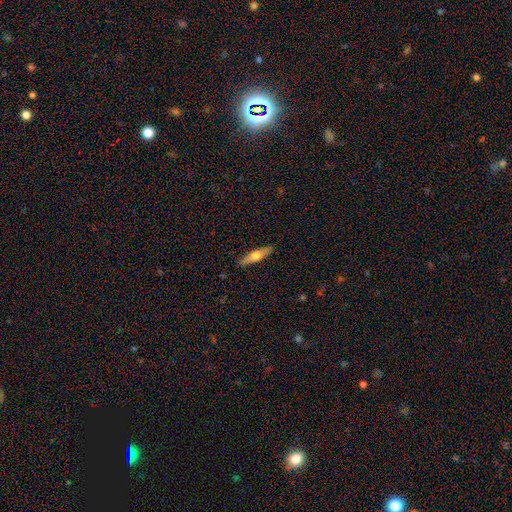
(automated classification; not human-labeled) This is possibly a smooth galaxy (50%). How rounded: likely cigar-shaped (76%). Merging: clearly none (90%).